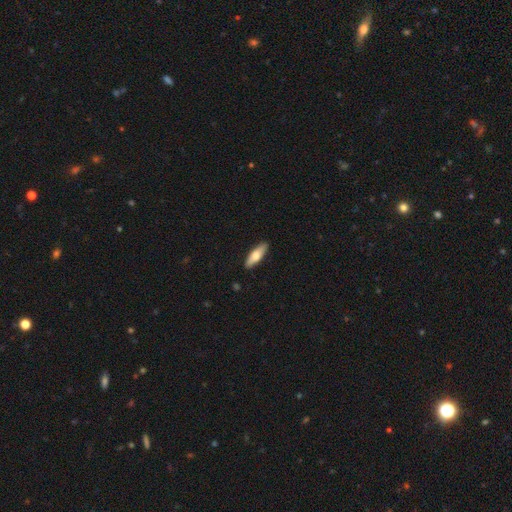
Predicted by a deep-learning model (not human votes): Smooth or featured? Predicted: smooth (p=0.71). How rounded? Predicted: in between (p=0.50). Merging? Predicted: none (p=0.89).